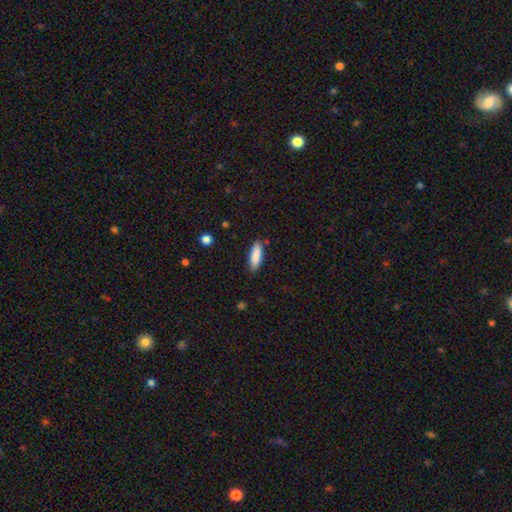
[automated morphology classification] smooth-or-featured: smooth: 87% | featured or disk: 7% | star or artifact: 6%
  how-rounded: in between: 53% | cigar-shaped: 45% | round: 2%
  merging: none: 85% | minor disturbance: 11% | major disturbance: 2% | merger: 2%